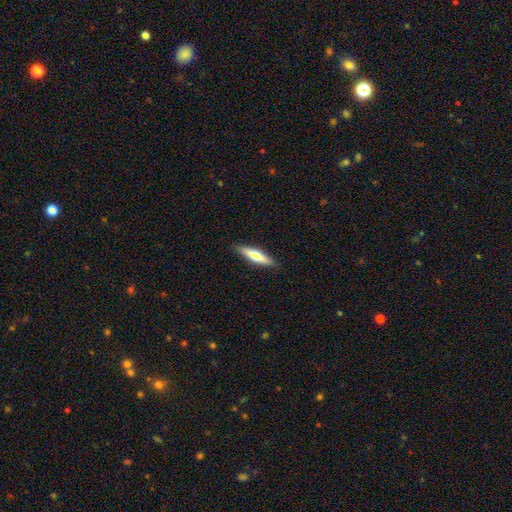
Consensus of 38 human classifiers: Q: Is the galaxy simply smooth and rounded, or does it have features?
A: smooth — 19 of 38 (50%).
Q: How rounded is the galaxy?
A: cigar-shaped — 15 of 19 (79%).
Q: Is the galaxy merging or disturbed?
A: none — 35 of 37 (95%).